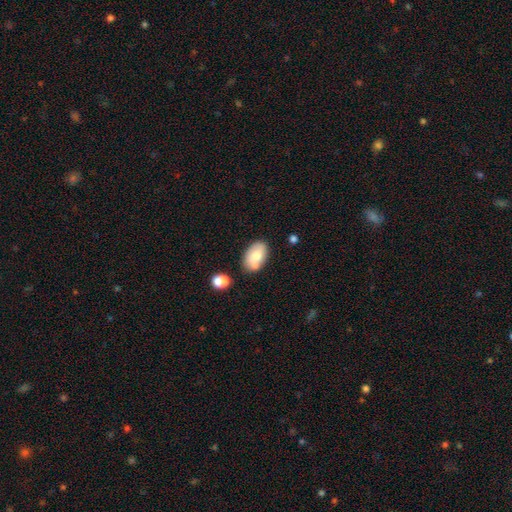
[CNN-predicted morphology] Smooth or featured? Predicted: smooth (p=0.74). How rounded? Predicted: in between (p=0.92). Merging? Predicted: none (p=0.66).